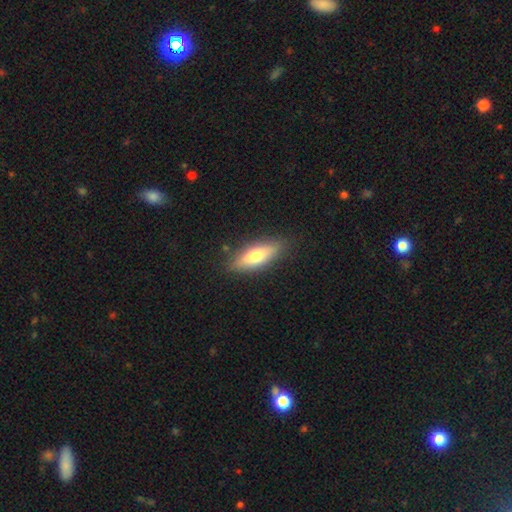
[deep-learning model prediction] This appears to be a smooth galaxy with no disk features (70%) that is in between round and cigar-shaped (62%). Merging: none (85%).